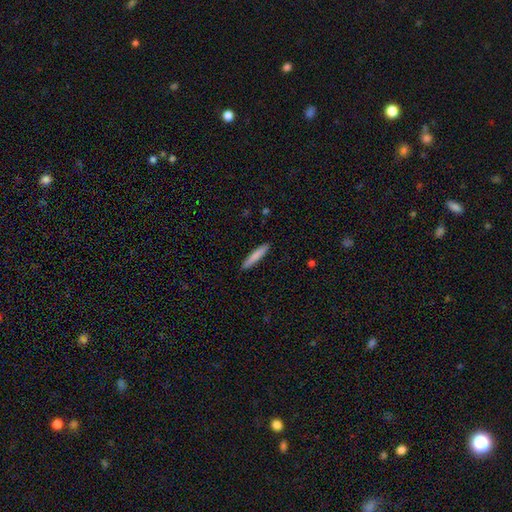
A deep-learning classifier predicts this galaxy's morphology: A smooth galaxy with no disk features (81%) that is cigar-shaped (92%).

Vote fractions:
- Smooth or featured? smooth: 81% / featured or disk: 14% / star or artifact: 5%
- How rounded? cigar-shaped: 92% / in between: 7% / round: 1%
- Merging? none: 90% / minor disturbance: 7% / major disturbance: 1% / merger: 1%